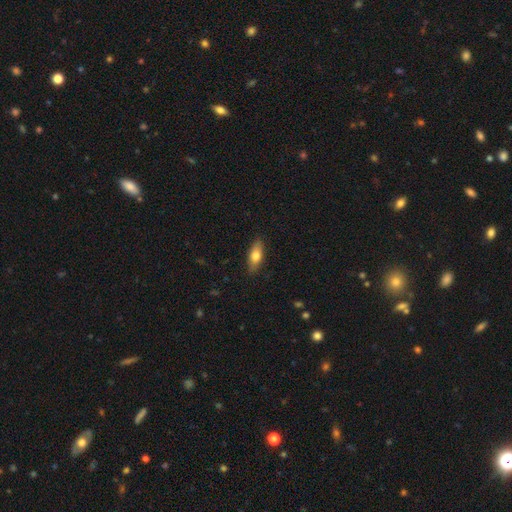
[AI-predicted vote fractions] This appears to be a smooth galaxy with no disk features (73%) that is in between round and cigar-shaped (74%). Merging: none (85%).